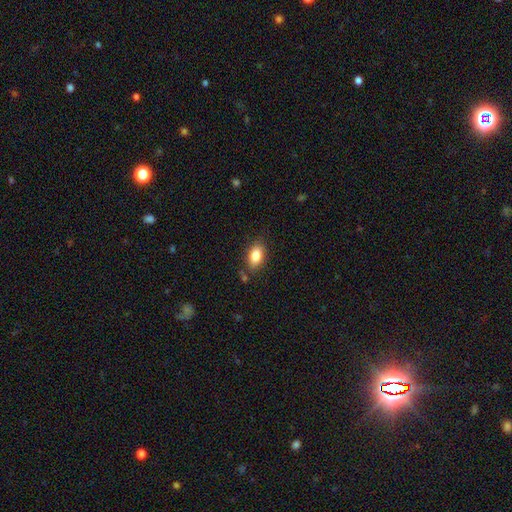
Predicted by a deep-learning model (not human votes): Overall: smooth (84%). How rounded: in between (89%). Merging: none (81%).